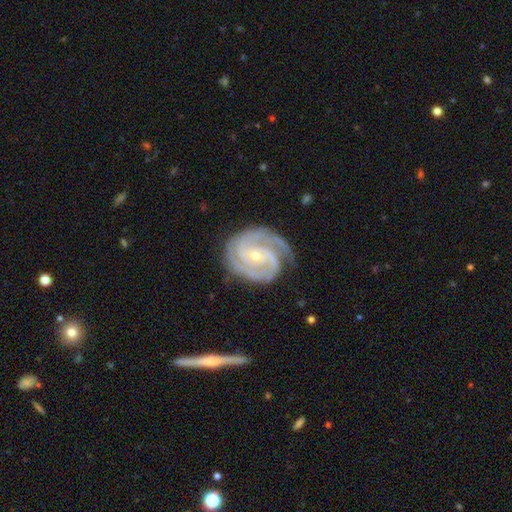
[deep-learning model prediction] Smooth or featured? Predicted: featured or disk (p=0.92). Edge-on disk? Predicted: no (p=0.98). Bar? Predicted: no (p=0.53). Spiral arms? Predicted: yes (p=0.99). Spiral winding? Predicted: tight (p=0.70). Spiral arm count? Predicted: 2 (p=0.38). Bulge size? Predicted: small (p=0.74). Merging? Predicted: none (p=0.73).